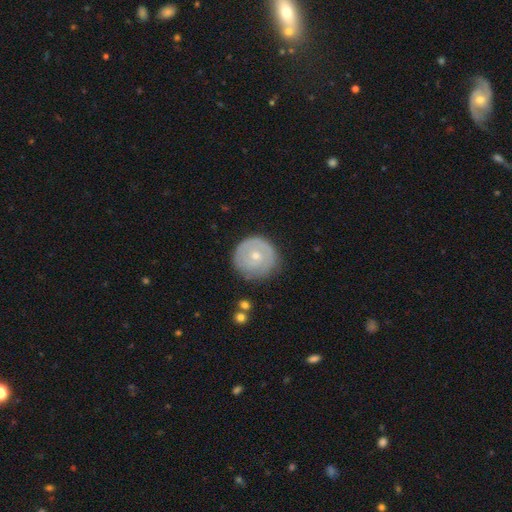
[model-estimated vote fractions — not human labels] Smooth or featured? Predicted: featured or disk (p=0.56). Edge-on disk? Predicted: no (p=0.97). Bar? Predicted: no (p=0.83). Spiral arms? Predicted: yes (p=0.59). Bulge size? Predicted: small (p=0.57). Merging? Predicted: none (p=0.78).